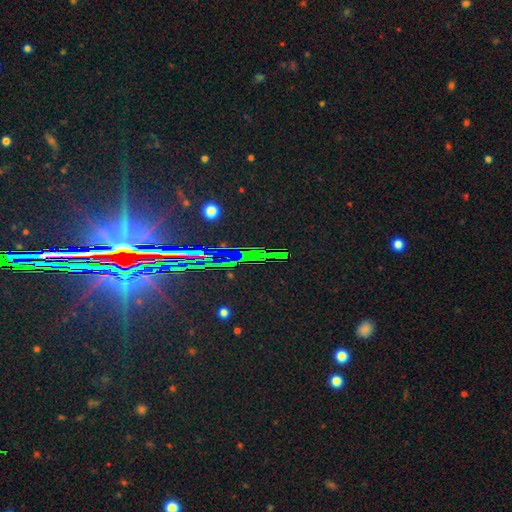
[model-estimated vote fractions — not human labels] Smooth or featured? Predicted: star or artifact (p=0.77).